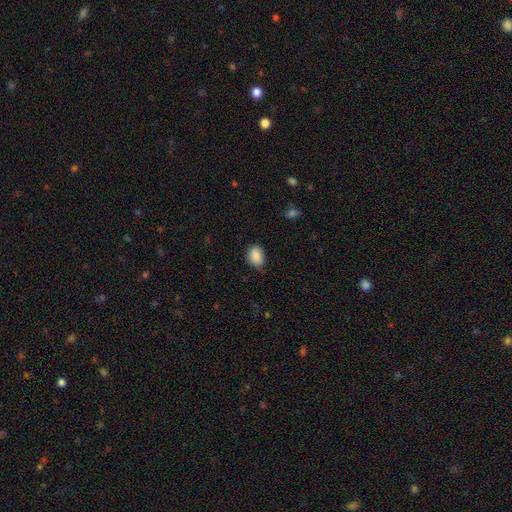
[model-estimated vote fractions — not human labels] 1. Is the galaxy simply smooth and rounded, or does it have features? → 87% smooth, 8% star or artifact, 5% featured or disk.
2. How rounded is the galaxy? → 67% in between, 32% round, 1% cigar-shaped.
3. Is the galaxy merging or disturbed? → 64% none, 30% minor disturbance, 5% major disturbance, 1% merger.